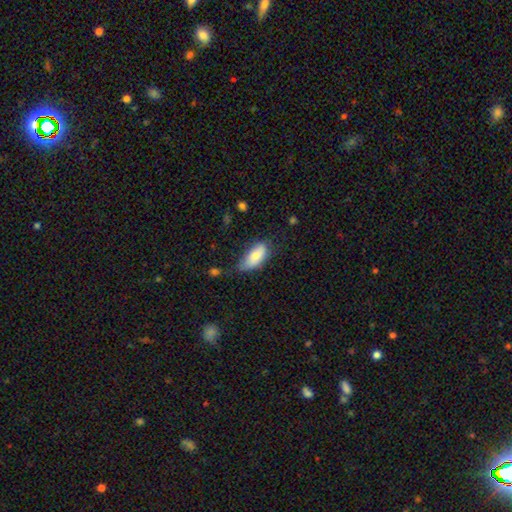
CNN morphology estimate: smooth_or_featured: smooth (p=0.76) [alt: featured or disk p=0.17]
how_rounded: in between (p=0.89) [alt: cigar-shaped p=0.08]
merging: none (p=0.48) [alt: minor disturbance p=0.38]